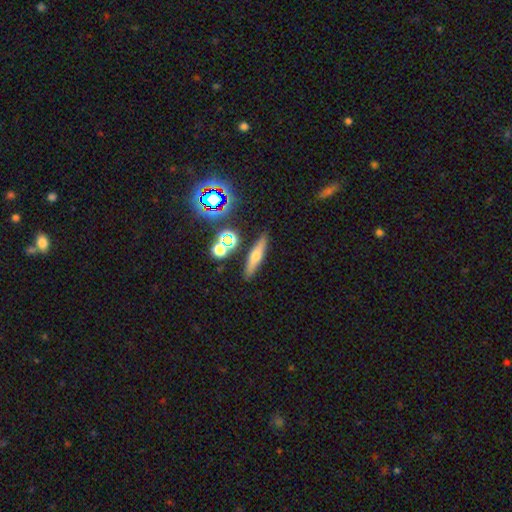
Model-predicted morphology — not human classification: smooth 47%, featured or disk 40%, star or artifact 13%. Down the decision tree: merging — none (87%).